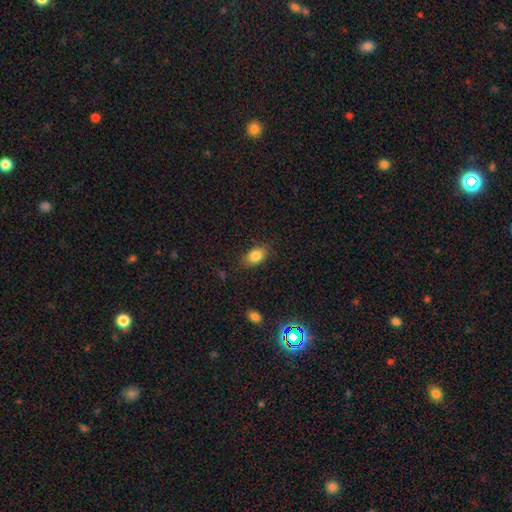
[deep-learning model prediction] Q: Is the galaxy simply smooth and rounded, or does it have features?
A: smooth — 83%.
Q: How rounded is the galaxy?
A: in between — 85%.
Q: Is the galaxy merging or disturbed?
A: none — 82%.